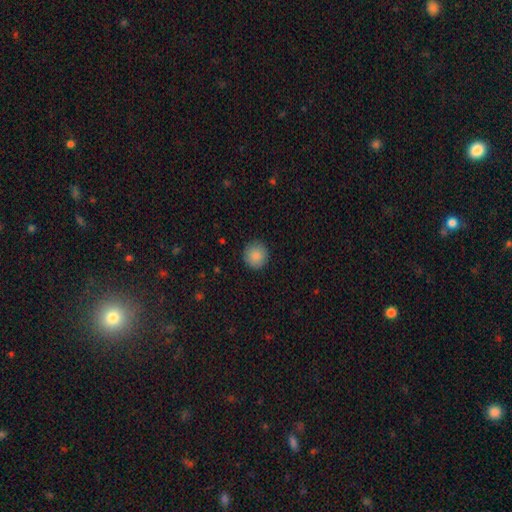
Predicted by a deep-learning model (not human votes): Smooth or featured? Predicted: smooth (p=0.88). How rounded? Predicted: round (p=0.93). Merging? Predicted: none (p=0.90).